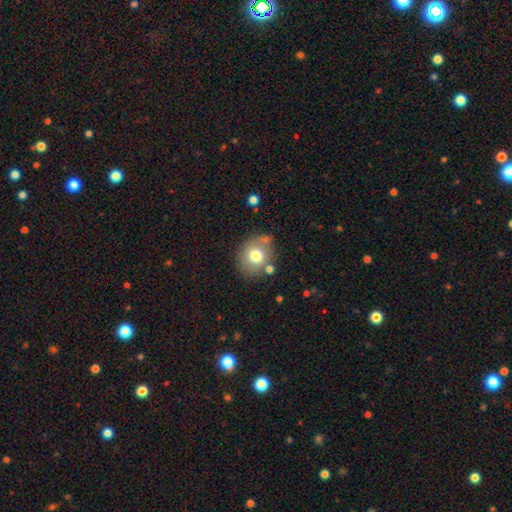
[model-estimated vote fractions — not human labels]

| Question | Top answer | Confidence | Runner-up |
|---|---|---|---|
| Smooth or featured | smooth | 72% | featured or disk (18%) |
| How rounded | round | 68% | in between (31%) |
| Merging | none | 68% | minor disturbance (17%) |